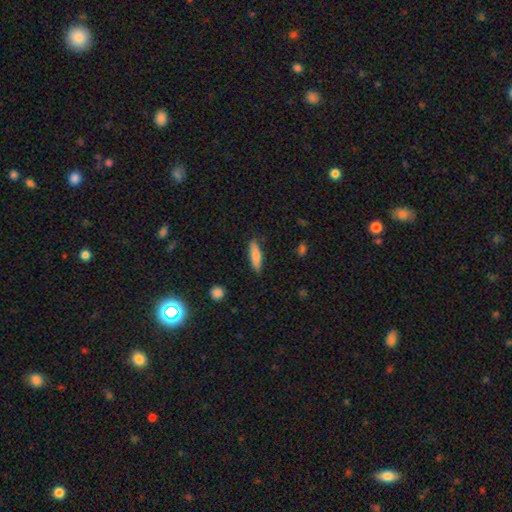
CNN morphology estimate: type=smooth (76%); roundness=cigar-shaped (65%); merging=none (84%).